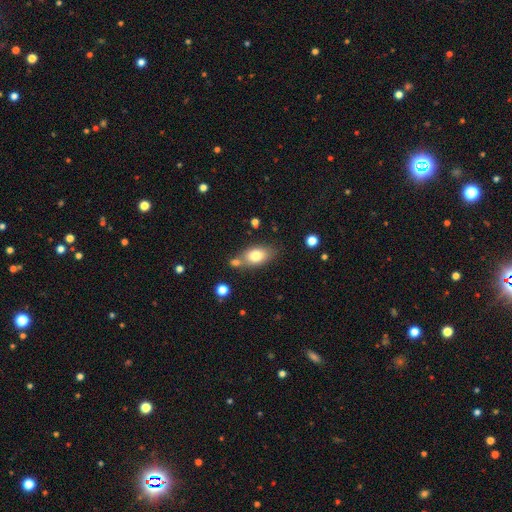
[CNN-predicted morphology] Overall: smooth (77%). How rounded: in between (84%). Merging: none (58%; merger 23%).